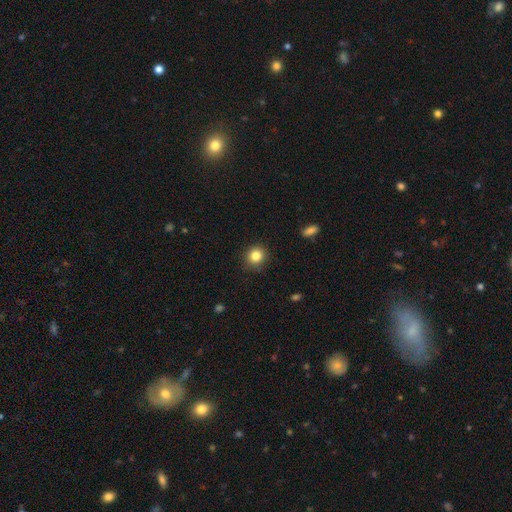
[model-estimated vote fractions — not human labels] Smooth or featured? Predicted: smooth (p=0.83). How rounded? Predicted: round (p=0.87). Merging? Predicted: none (p=0.89).